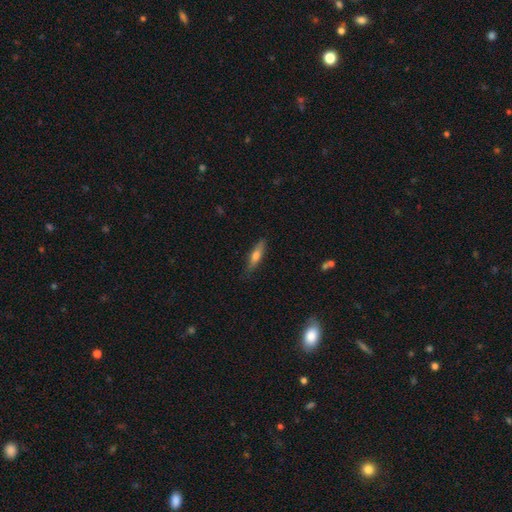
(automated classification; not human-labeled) A smooth galaxy with no disk features (55%) that is cigar-shaped (76%).

Vote fractions:
- Smooth or featured? smooth: 55% / featured or disk: 39% / star or artifact: 7%
- How rounded? cigar-shaped: 76% / in between: 22% / round: 2%
- Merging? none: 85% / minor disturbance: 12% / major disturbance: 2% / merger: 1%